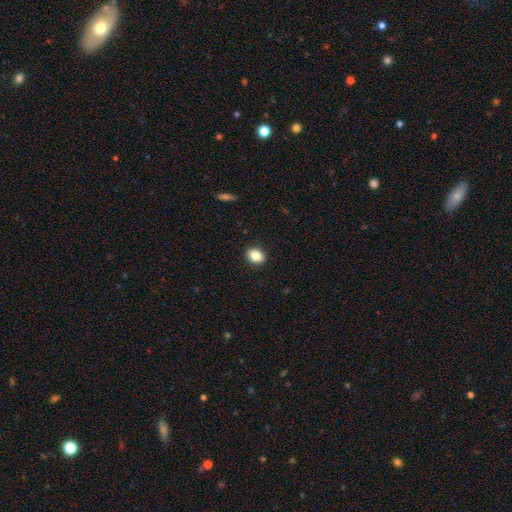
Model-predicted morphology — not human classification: A smooth galaxy with no disk features (85%) that is in between round and cigar-shaped (57%).

Vote fractions:
- Smooth or featured? smooth: 85% / star or artifact: 9% / featured or disk: 6%
- How rounded? in between: 57% / round: 41% / cigar-shaped: 1%
- Merging? none: 91% / minor disturbance: 7% / major disturbance: 2% / merger: 1%